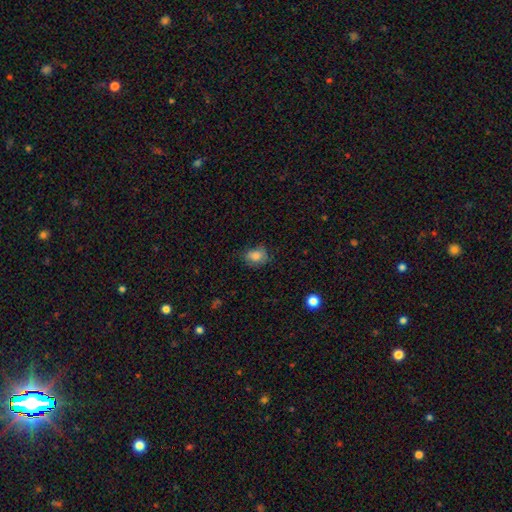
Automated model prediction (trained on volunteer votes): This is clearly a smooth galaxy (84%). How rounded: likely in between (64%). Merging: likely none (69%).